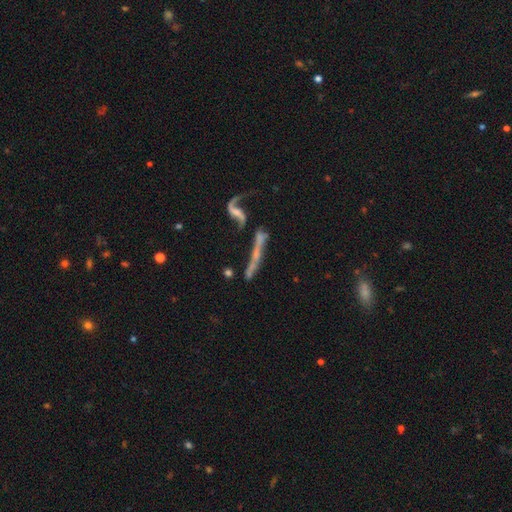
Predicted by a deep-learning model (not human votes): This appears to be a featured or disk galaxy (68%). Merging: merger (34%, tied with none).